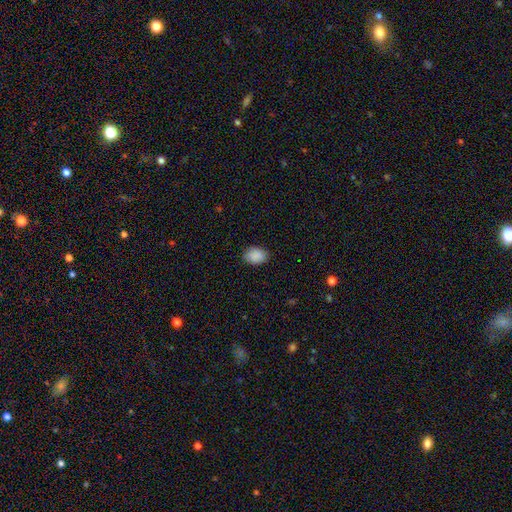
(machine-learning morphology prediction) Smooth or featured: smooth — 89% (star or artifact — 8%)
How rounded: in between — 75% (round — 24%)
Merging: none — 83% (minor disturbance — 13%)